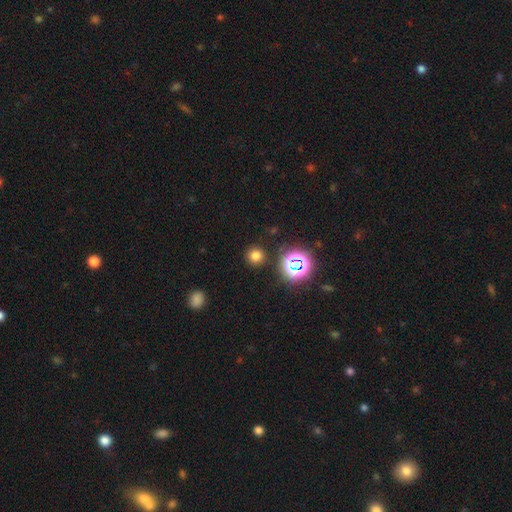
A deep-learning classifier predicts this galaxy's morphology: This is likely a smooth galaxy (72%). How rounded: clearly round (93%). Merging: clearly none (89%).